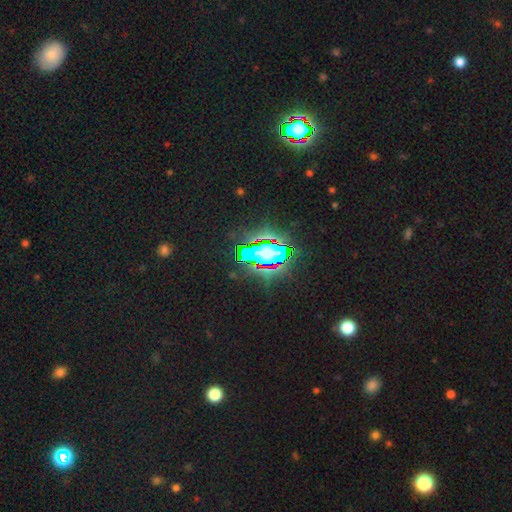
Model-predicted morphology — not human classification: smooth-or-featured: star or artifact: 69% | smooth: 18% | featured or disk: 13%